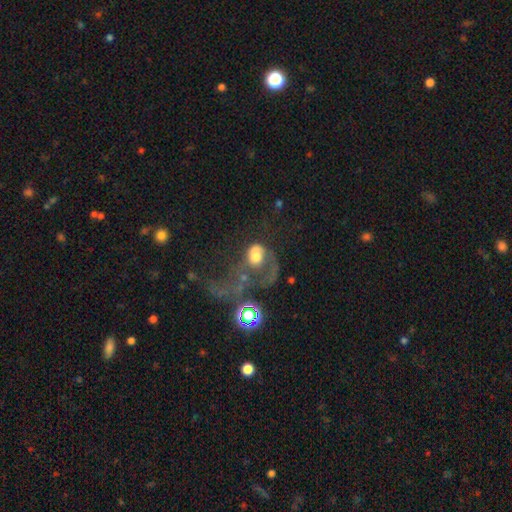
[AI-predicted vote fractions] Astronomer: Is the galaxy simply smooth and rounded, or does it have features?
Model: featured or disk — 48% (runner-up: smooth, 39%).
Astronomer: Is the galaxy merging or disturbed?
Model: major disturbance — 56%.